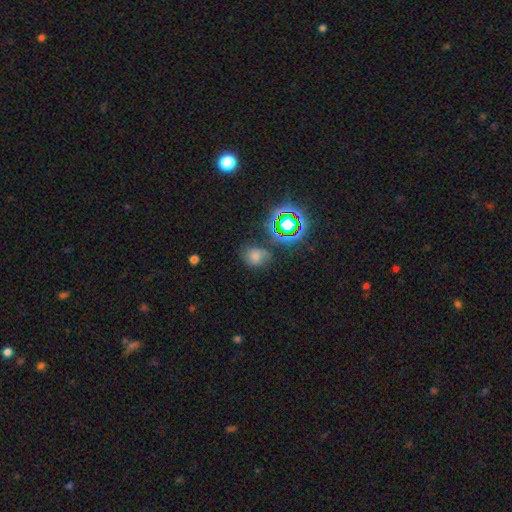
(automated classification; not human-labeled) The model was most divided on "smooth or featured": smooth: 41%, star or artifact: 37%, featured or disk: 22%. More confident: merging — none (64%).